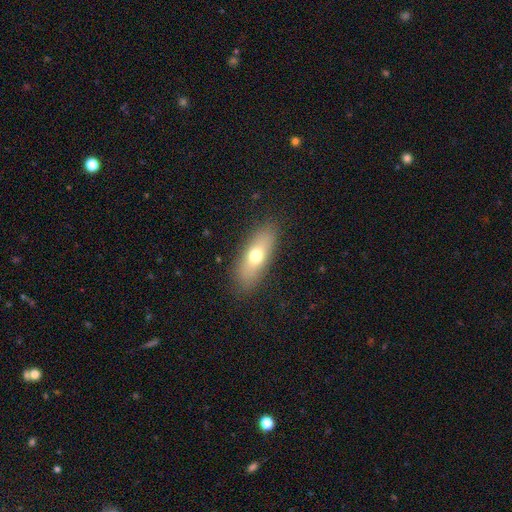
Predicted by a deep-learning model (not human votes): Smooth or featured? smooth (66%)
How rounded? in between (61%)
Merging? none (85%)